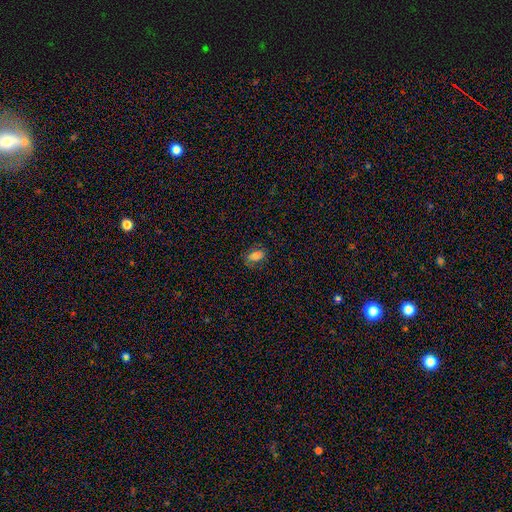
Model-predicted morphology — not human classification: Overall: smooth (77%). How rounded: in between (87%). Merging: none (77%).